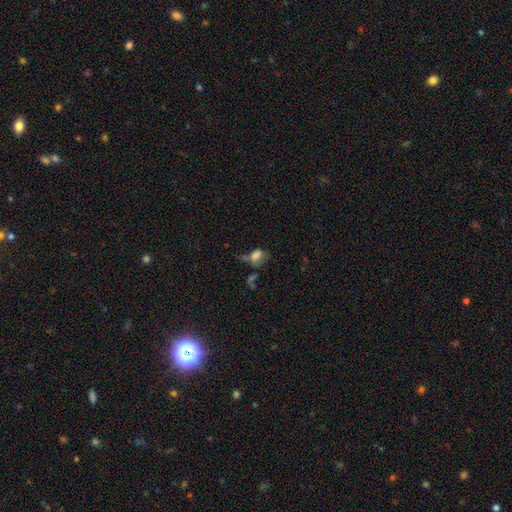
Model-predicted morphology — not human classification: Smooth or featured: smooth — 64% (featured or disk — 20%)
How rounded: in between — 80% (round — 17%)
Merging: major disturbance — 37% (none — 24%)